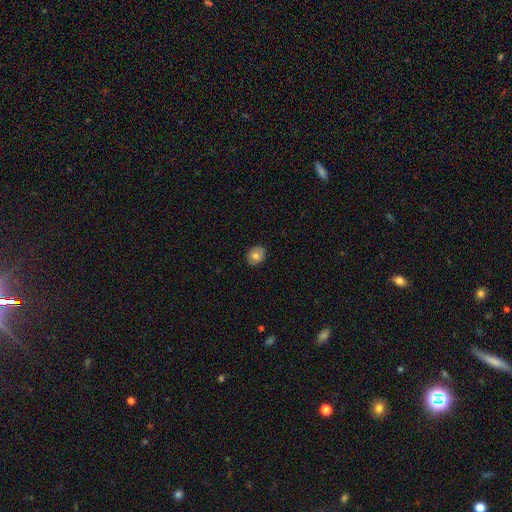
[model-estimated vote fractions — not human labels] smooth 73%, featured or disk 19%, star or artifact 8%. Down the decision tree: how rounded — round (57%); merging — none (87%).